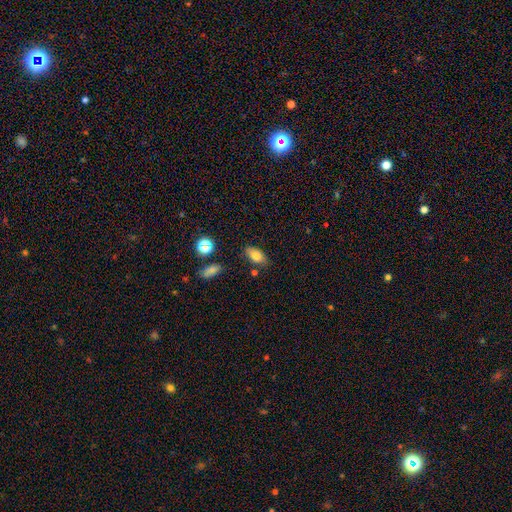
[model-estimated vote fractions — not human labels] A smooth galaxy with no disk features (81%) that is in between round and cigar-shaped (89%). Merging: none (74%).